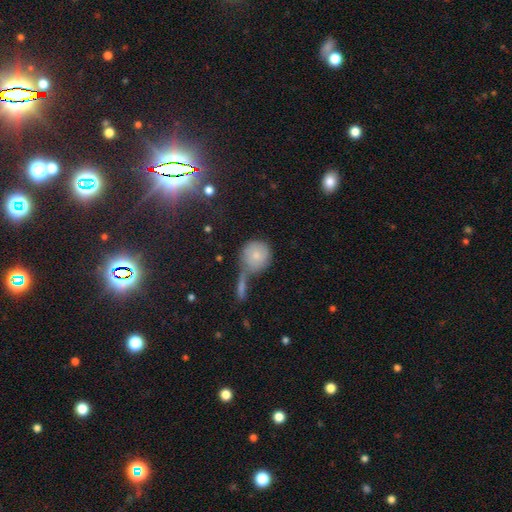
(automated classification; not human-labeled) Smooth or featured? smooth (76%)
How rounded? round (89%)
Merging? none (44%)